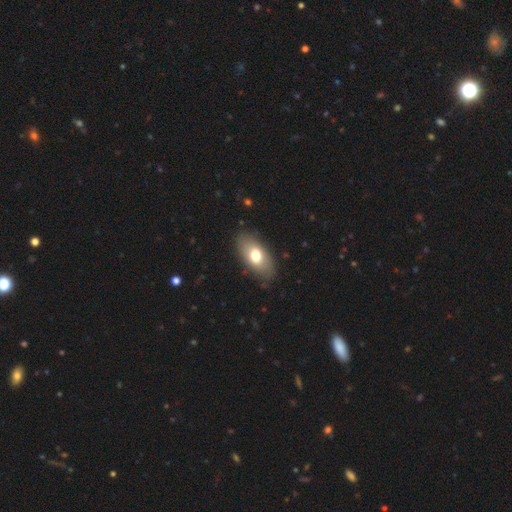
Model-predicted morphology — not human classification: The model was most divided on "smooth or featured": smooth: 70%, featured or disk: 24%, star or artifact: 7%. More confident: how rounded — in between (91%); merging — none (83%).